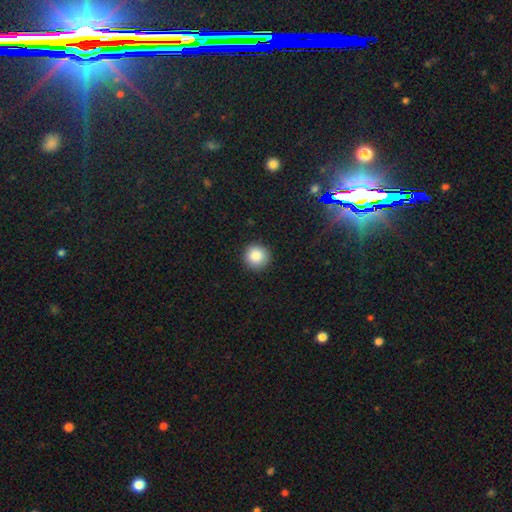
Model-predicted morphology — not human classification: Q: Smooth or featured?
A: smooth (85%); runner-up: star or artifact (9%)
Q: How rounded?
A: round (95%); runner-up: in between (4%)
Q: Merging?
A: none (91%); runner-up: minor disturbance (6%)